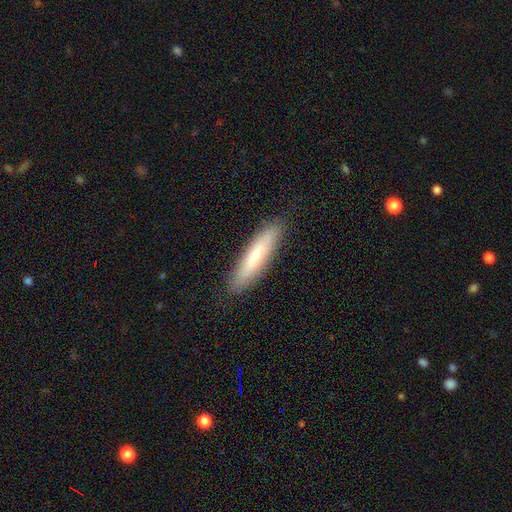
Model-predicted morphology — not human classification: A smooth galaxy with no disk features (61%) that is cigar-shaped (77%). Merging: none (88%).